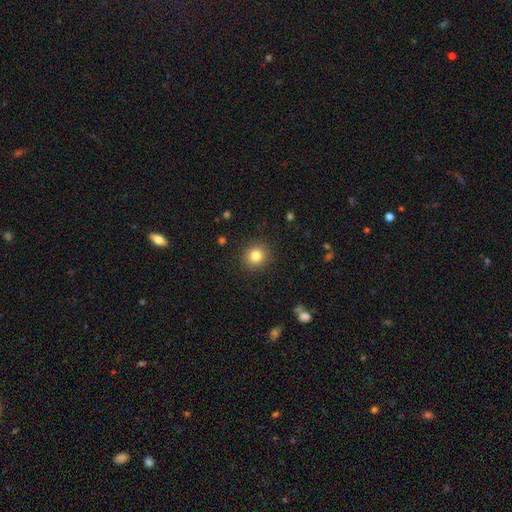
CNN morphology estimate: This appears to be a smooth galaxy with no disk features (82%) that is round (87%). Merging: none (90%).